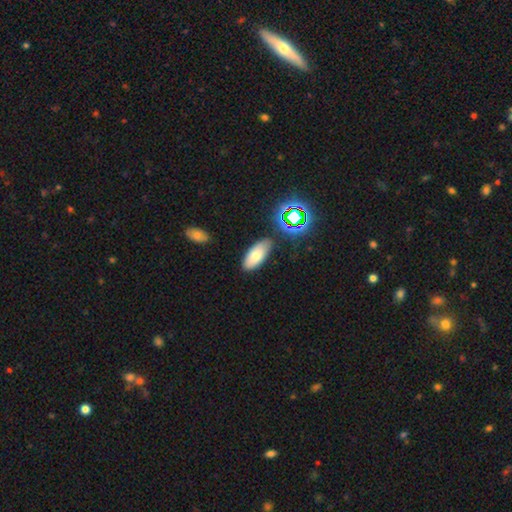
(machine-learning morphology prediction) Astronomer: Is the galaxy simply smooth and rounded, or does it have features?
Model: smooth — 74%.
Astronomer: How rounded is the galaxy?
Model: in between — 88%.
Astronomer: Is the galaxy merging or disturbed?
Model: none — 79%.